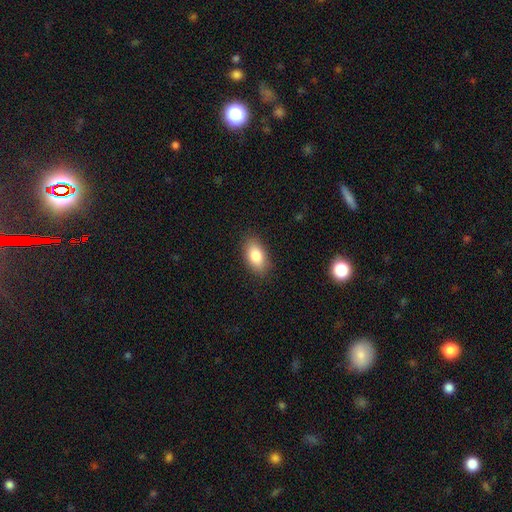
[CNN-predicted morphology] smooth 83%, featured or disk 10%, star or artifact 7%. Down the decision tree: how rounded — in between (91%); merging — none (87%).